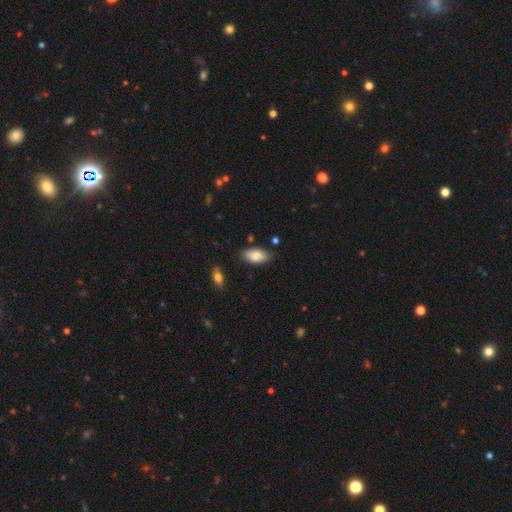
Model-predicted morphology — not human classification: Q: Smooth or featured?
A: smooth (85%); runner-up: featured or disk (8%)
Q: How rounded?
A: in between (94%); runner-up: cigar-shaped (3%)
Q: Merging?
A: none (80%); runner-up: minor disturbance (15%)